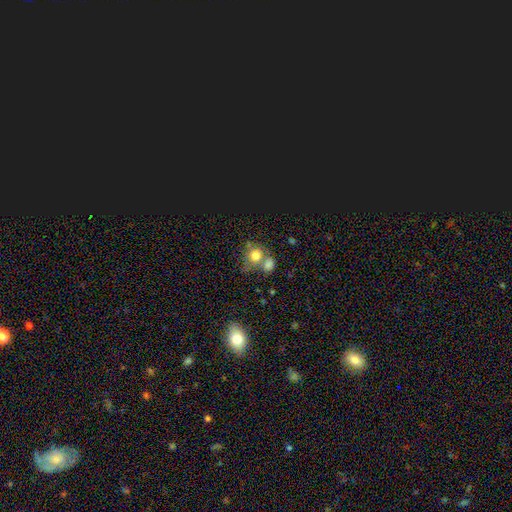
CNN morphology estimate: A smooth galaxy with no disk features (75%) that is round (80%). Merging: merger (44%).